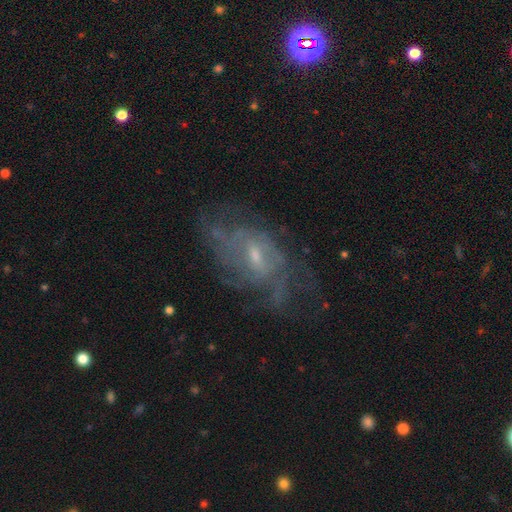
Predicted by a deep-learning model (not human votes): smooth-or-featured: featured or disk: 78% | smooth: 13% | star or artifact: 9%
  disk-edge-on: no: 96% | yes: 4%
    bar: weak: 51% | no: 40% | strong: 9%
    has-spiral-arms: yes: 76% | no: 24%
      spiral-winding: medium: 42% | tight: 38% | loose: 21%
      spiral-arm-count: can't tell: 53% | 2: 16% | 3: 12% | 4: 10% | 1: 5% | more than 4: 5%
    bulge-size: small: 59% | moderate: 34% | none: 5% | large: 2% | dominant: 1%
  merging: none: 54% | major disturbance: 22% | minor disturbance: 21% | merger: 2%